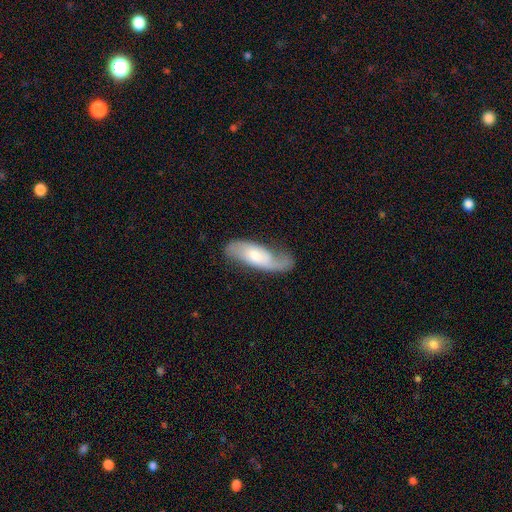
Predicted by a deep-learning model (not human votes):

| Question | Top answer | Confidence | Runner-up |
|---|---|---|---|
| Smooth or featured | featured or disk | 67% | smooth (28%) |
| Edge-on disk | no | 86% | yes (14%) |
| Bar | no | 59% | weak (32%) |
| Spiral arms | yes | 90% | no (10%) |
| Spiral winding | loose | 54% | medium (32%) |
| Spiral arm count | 2 | 73% | 1 (17%) |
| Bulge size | moderate | 53% | small (33%) |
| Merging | none | 59% | minor disturbance (25%) |